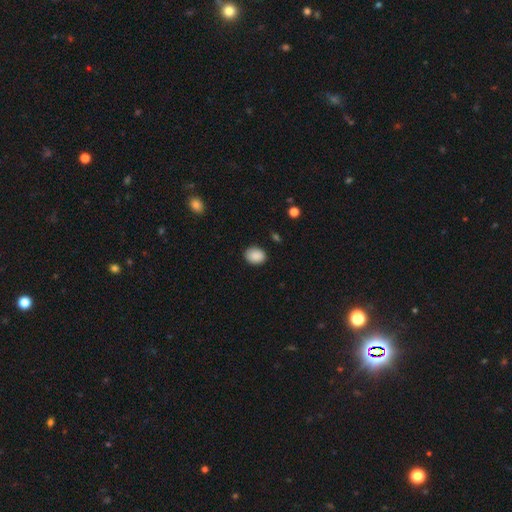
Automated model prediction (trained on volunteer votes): A smooth galaxy with no disk features (89%) that is in between round and cigar-shaped (54%). Merging: none (87%).